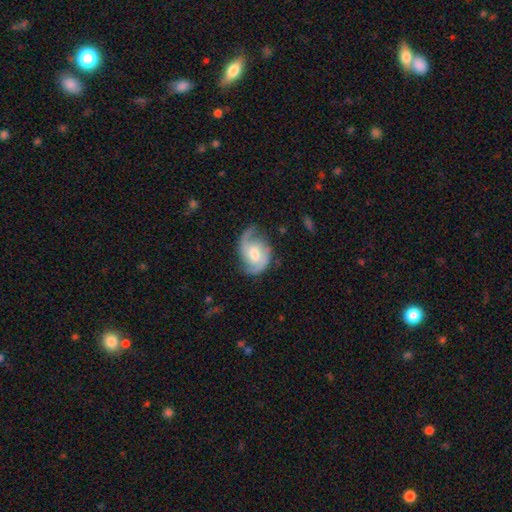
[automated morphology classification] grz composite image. It shows a featured or disk galaxy (82%) with no bar (59%), 2 (81%) medium (47%) spiral arms (96%) and a moderate central bulge (61%). Merging: none (64%).